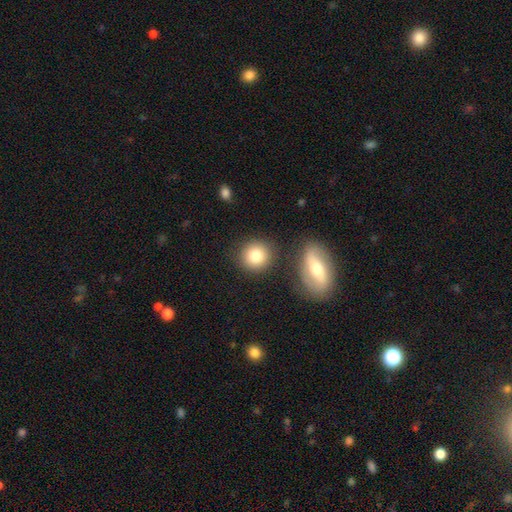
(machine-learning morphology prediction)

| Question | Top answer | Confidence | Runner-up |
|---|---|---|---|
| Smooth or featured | smooth | 82% | featured or disk (10%) |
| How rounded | round | 88% | in between (11%) |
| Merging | none | 80% | merger (8%) |